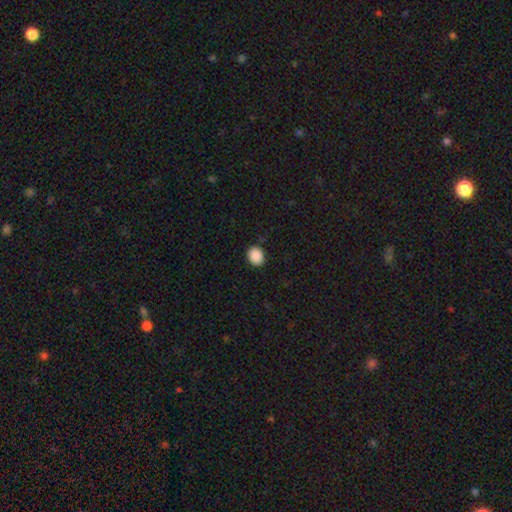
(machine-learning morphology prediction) type=smooth (90%); roundness=round (58%); merging=none (88%).